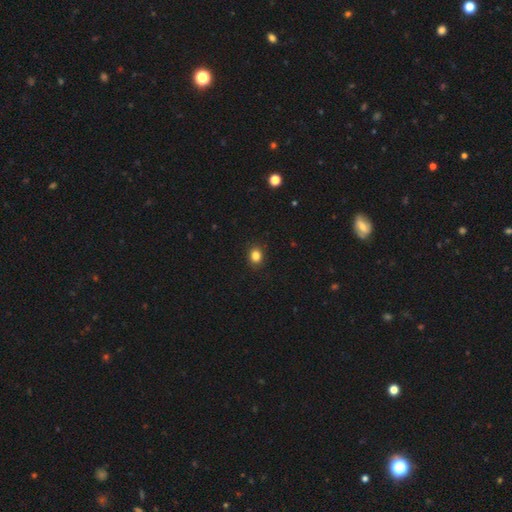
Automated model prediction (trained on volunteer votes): smooth-or-featured: smooth: 84% | star or artifact: 11% | featured or disk: 5%
  how-rounded: round: 60% | in between: 39% | cigar-shaped: 1%
  merging: none: 90% | minor disturbance: 7% | major disturbance: 2% | merger: 1%